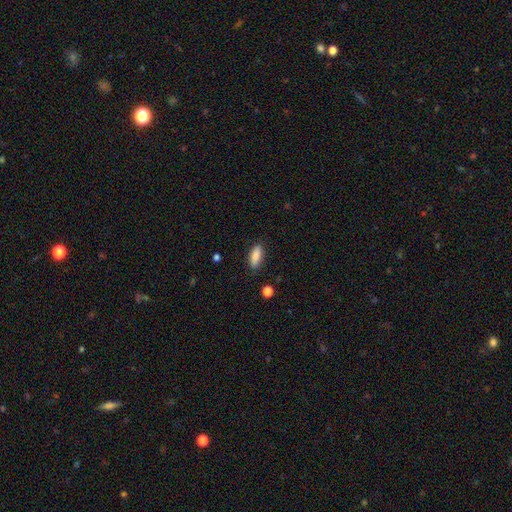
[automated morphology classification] The model was most divided on "how rounded": in between: 75%, cigar-shaped: 23%, round: 2%. More confident: smooth or featured — smooth (86%); merging — none (86%).